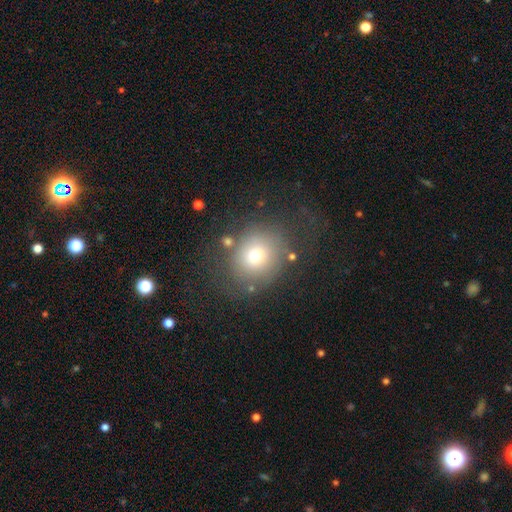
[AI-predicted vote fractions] The model was most divided on "merging": none: 64%, minor disturbance: 17%, major disturbance: 15%, merger: 4%. More confident: how rounded — round (75%); smooth or featured — smooth (66%).